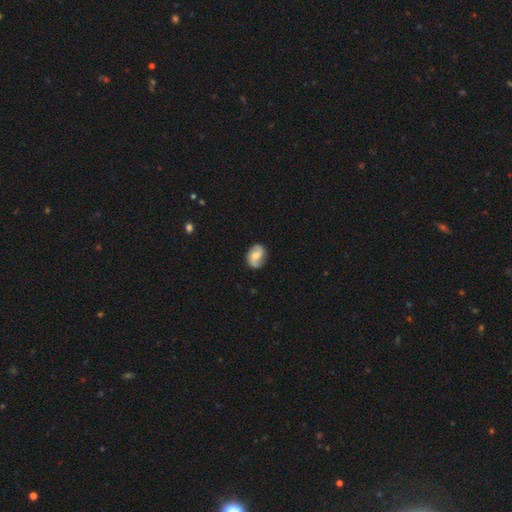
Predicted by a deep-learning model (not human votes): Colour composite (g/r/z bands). It shows a featured or disk galaxy (64%) with no bar (53%), 2 (86%) medium (41%) spiral arms (93%) and a moderate central bulge (56%). Merging: none (80%).